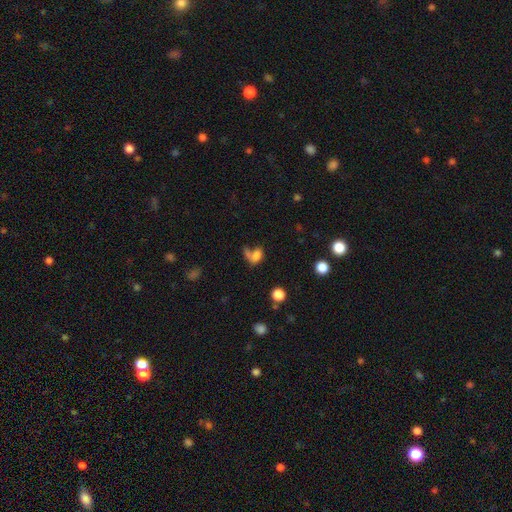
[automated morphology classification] A smooth galaxy with no disk features (68%) that is in between round and cigar-shaped (76%). Merging: merger (37%).